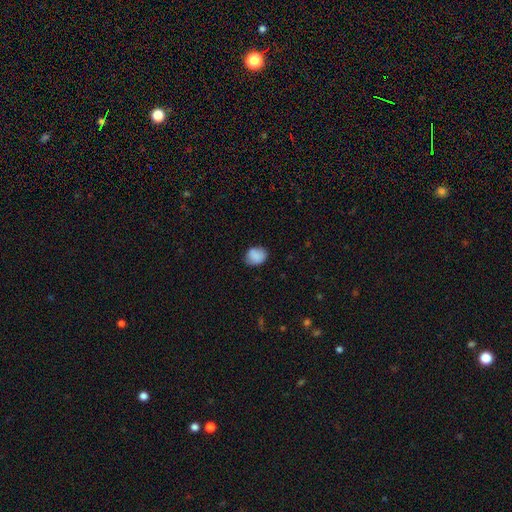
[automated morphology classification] The model was most divided on "how rounded": in between: 50%, round: 49%, cigar-shaped: 1%. More confident: smooth or featured — smooth (86%); merging — none (74%).